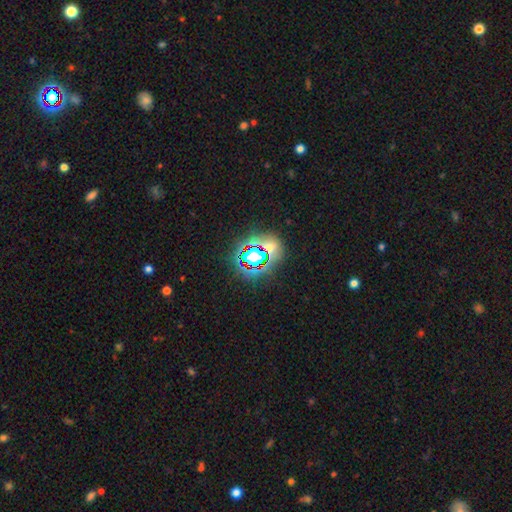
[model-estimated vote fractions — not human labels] smooth_or_featured: star or artifact (p=0.61) [alt: smooth p=0.26]